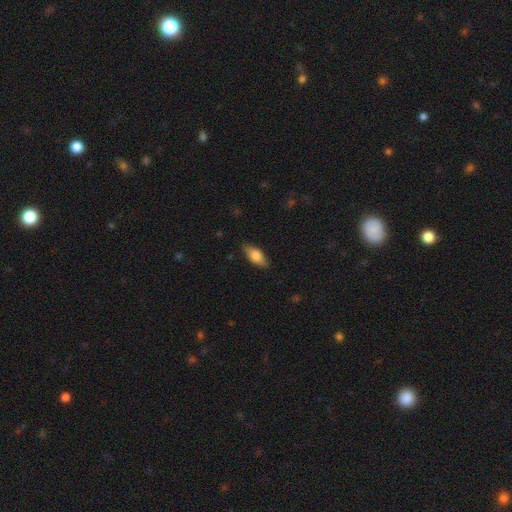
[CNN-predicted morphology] This is likely a smooth galaxy (77%). How rounded: clearly in between (85%). Merging: clearly none (85%).